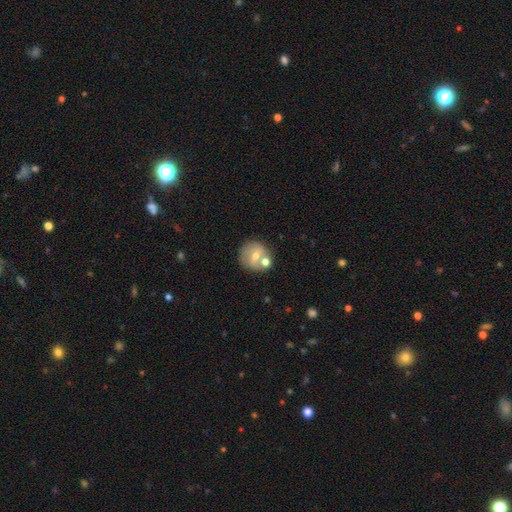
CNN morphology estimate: Smooth or featured? Predicted: smooth (p=0.55). How rounded? Predicted: round (p=0.90). Merging? Predicted: none (p=0.65).